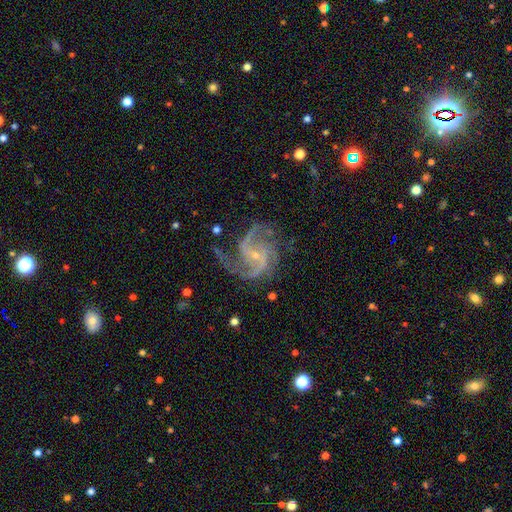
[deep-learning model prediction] This is clearly a featured or disk galaxy (91%). It is clearly not viewed edge-on (98%). Bar: possibly no (48%). Spiral arm pattern: clearly yes (98%). Spiral arm count: possibly 2 (46%). Spiral winding: possibly medium (56%). Central bulge: likely small (79%). Merging: likely none (65%).